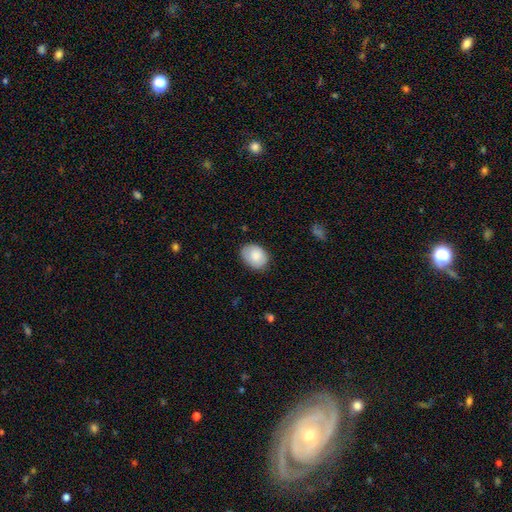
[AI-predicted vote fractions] A smooth galaxy with no disk features (84%) that is in between round and cigar-shaped (70%).

Vote fractions:
- Smooth or featured? smooth: 84% / featured or disk: 9% / star or artifact: 7%
- How rounded? in between: 70% / round: 29% / cigar-shaped: 1%
- Merging? none: 80% / minor disturbance: 16% / major disturbance: 3% / merger: 1%